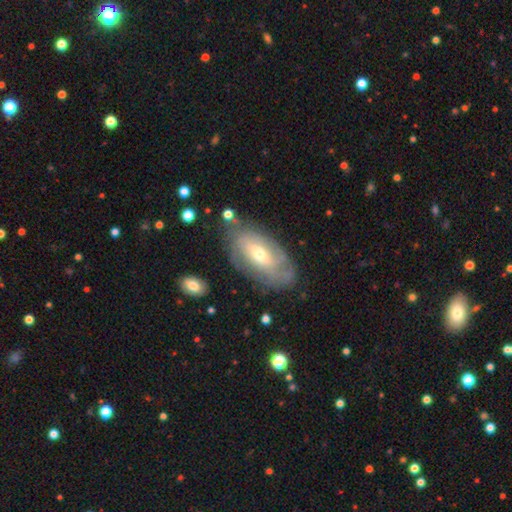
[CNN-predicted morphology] smooth-or-featured: featured or disk: 69% | smooth: 22% | star or artifact: 9%
  disk-edge-on: no: 90% | yes: 10%
    bar: no: 56% | weak: 34% | strong: 11%
    has-spiral-arms: yes: 79% | no: 21%
    bulge-size: moderate: 56% | small: 39% | large: 3% | none: 1% | dominant: 1%
  merging: none: 75% | minor disturbance: 17% | major disturbance: 5% | merger: 3%